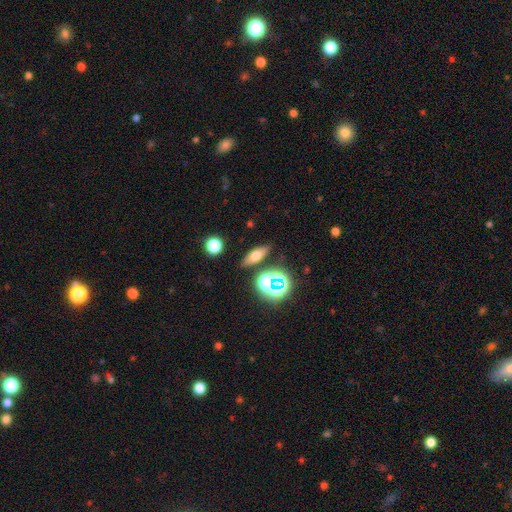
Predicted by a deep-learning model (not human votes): The model was most divided on "how rounded": in between: 50%, cigar-shaped: 38%, round: 12%. More confident: merging — none (82%); smooth or featured — smooth (53%).